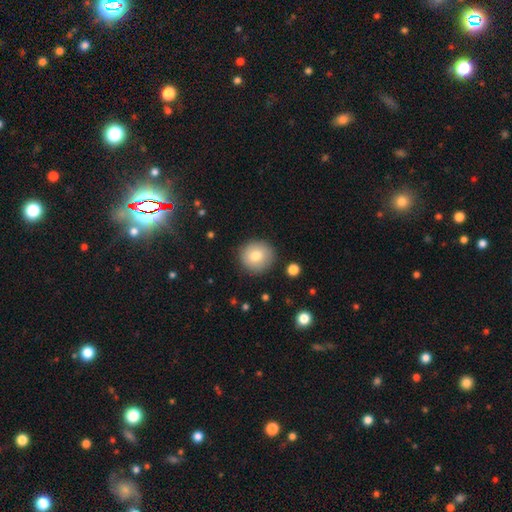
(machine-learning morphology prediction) Smooth or featured: smooth — 78% (featured or disk — 13%)
How rounded: round — 92% (in between — 7%)
Merging: none — 87% (minor disturbance — 9%)